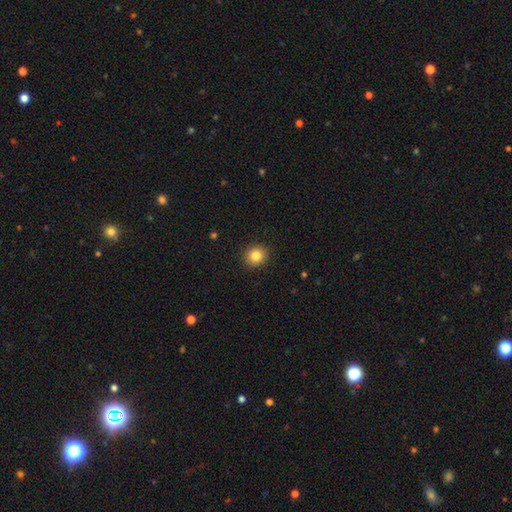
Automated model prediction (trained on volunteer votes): Q: Smooth or featured?
A: smooth (83%); runner-up: star or artifact (10%)
Q: How rounded?
A: round (81%); runner-up: in between (18%)
Q: Merging?
A: none (91%); runner-up: minor disturbance (6%)